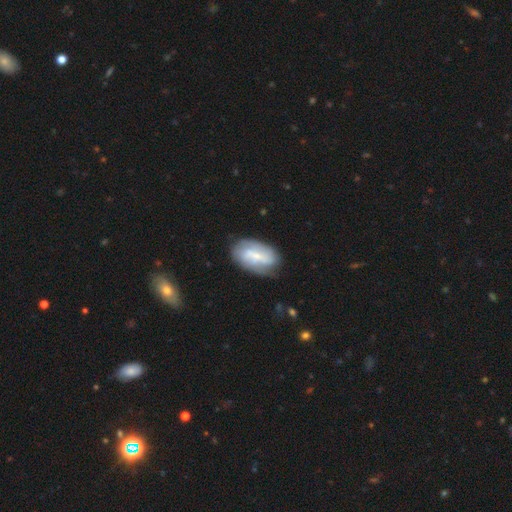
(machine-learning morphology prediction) Smooth or featured?
  - featured or disk: 56% *
  - smooth: 38%
  - star or artifact: 7%
Edge-on disk?
  - no: 95% *
  - yes: 5%
Bar?
  - weak: 45% *
  - no: 29%
  - strong: 27%
Spiral arms?
  - yes: 72% *
  - no: 28%
Bulge size?
  - small: 61% *
  - moderate: 26%
  - none: 9%
  - large: 3%
  - dominant: 1%
Merging?
  - none: 66% *
  - minor disturbance: 24%
  - major disturbance: 8%
  - merger: 3%